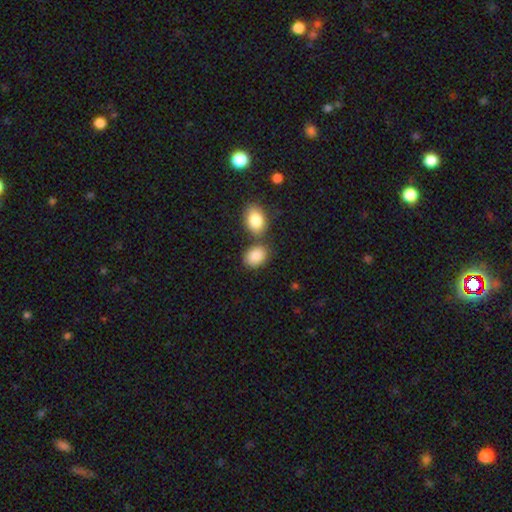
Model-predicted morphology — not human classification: Smooth or featured? Predicted: smooth (p=0.87). How rounded? Predicted: in between (p=0.69). Merging? Predicted: none (p=0.59).